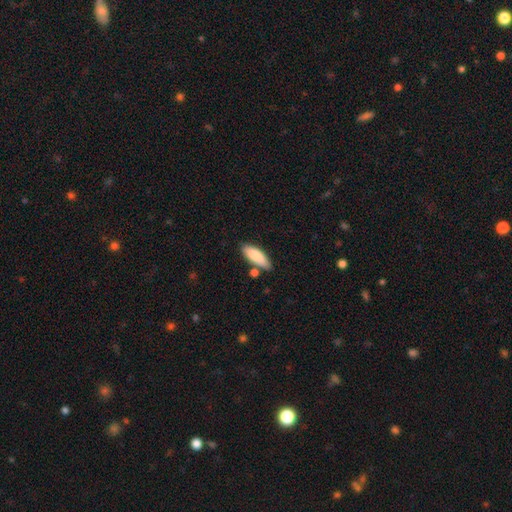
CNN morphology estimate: Overall: smooth (83%). How rounded: in between (63%; cigar-shaped 35%). Merging: none (70%).